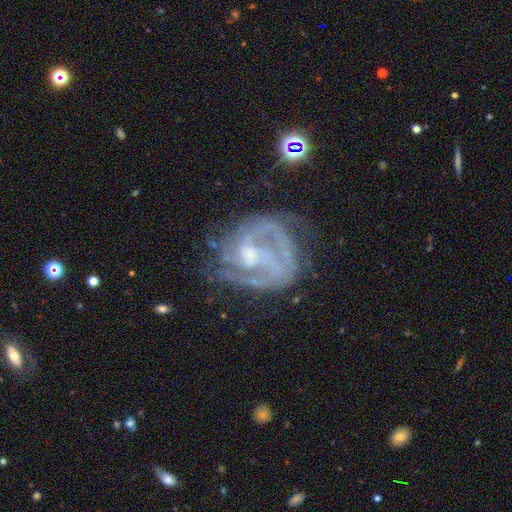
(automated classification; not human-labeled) Smooth or featured? Predicted: featured or disk (p=0.82). Edge-on disk? Predicted: no (p=0.98). Bar? Predicted: no (p=0.47). Spiral arms? Predicted: yes (p=0.85). Spiral winding? Predicted: tight (p=0.46). Spiral arm count? Predicted: 2 (p=0.38). Bulge size? Predicted: moderate (p=0.39). Merging? Predicted: none (p=0.53).